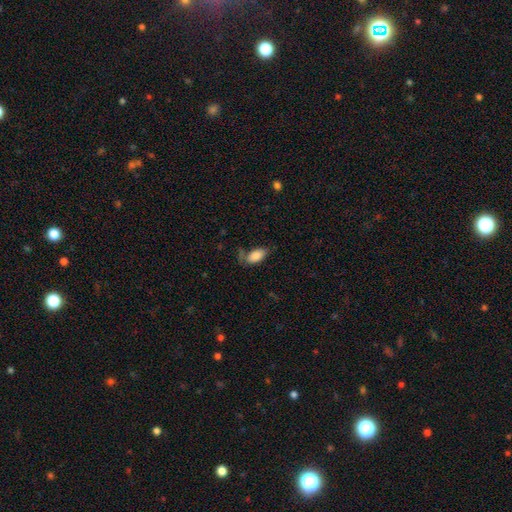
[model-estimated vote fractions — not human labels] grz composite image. It shows a smooth galaxy with no disk features (86%) that is in between round and cigar-shaped (93%). Merging: none (60%).